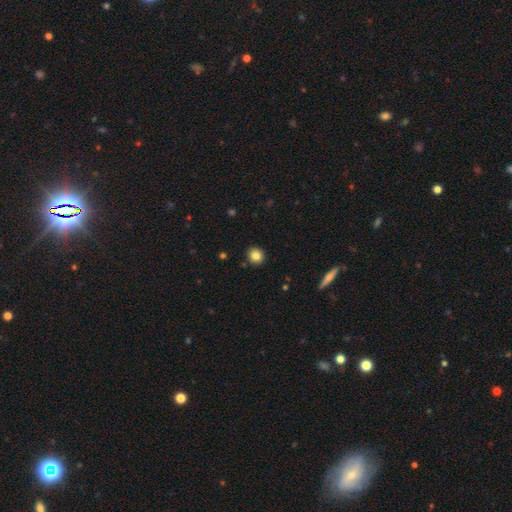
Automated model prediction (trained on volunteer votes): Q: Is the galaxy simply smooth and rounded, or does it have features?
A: smooth — 84%.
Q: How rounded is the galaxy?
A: round — 87%.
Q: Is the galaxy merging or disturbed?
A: none — 90%.